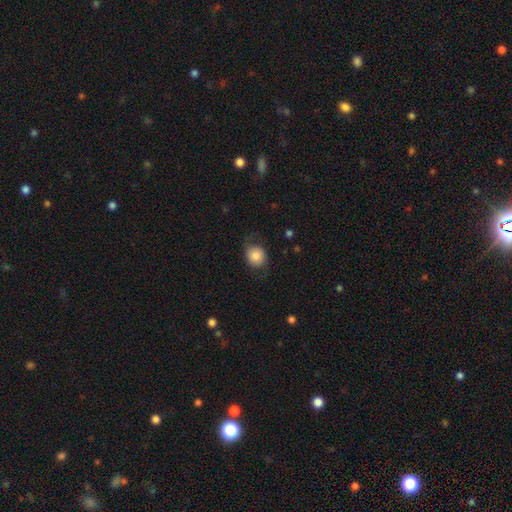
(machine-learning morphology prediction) Smooth or featured?
  - smooth: 72% *
  - featured or disk: 19%
  - star or artifact: 8%
How rounded?
  - round: 71% *
  - in between: 28%
  - cigar-shaped: 1%
Merging?
  - none: 66% *
  - minor disturbance: 21%
  - major disturbance: 12%
  - merger: 1%